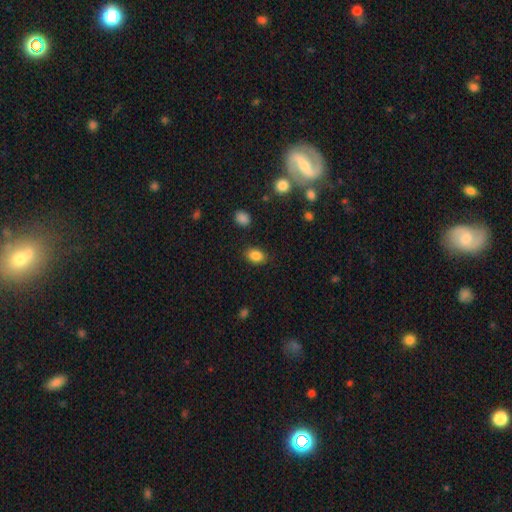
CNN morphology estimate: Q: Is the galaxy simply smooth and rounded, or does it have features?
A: smooth — 86%.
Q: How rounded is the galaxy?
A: in between — 76%.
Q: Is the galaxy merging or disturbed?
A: none — 86%.